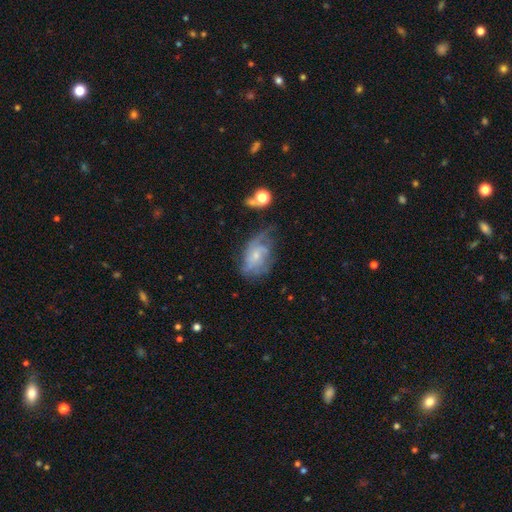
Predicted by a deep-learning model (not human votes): Smooth or featured: featured or disk — 66% (smooth — 26%)
Edge-on disk: no — 96% (yes — 4%)
Bar: no — 69% (weak — 27%)
Spiral arms: yes — 80% (no — 20%)
Spiral winding: medium — 40% (tight — 32%)
Spiral arm count: can't tell — 42% (2 — 26%)
Bulge size: small — 68% (moderate — 23%)
Merging: none — 41% (minor disturbance — 29%)